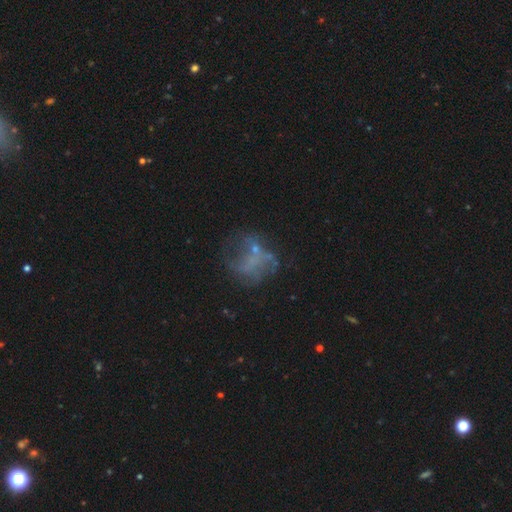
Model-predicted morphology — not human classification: smooth_or_featured: featured or disk (p=0.55) [alt: smooth p=0.25]
disk_edge_on: no (p=0.98) [alt: yes p=0.02]
bar: no (p=0.80) [alt: weak p=0.16]
has_spiral_arms: no (p=0.65) [alt: yes p=0.35]
bulge_size: none (p=0.58) [alt: small p=0.32]
merging: none (p=0.51) [alt: major disturbance p=0.25]